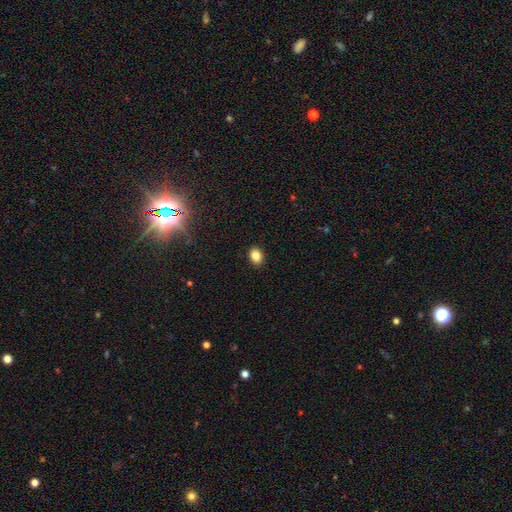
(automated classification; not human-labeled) The model was most divided on "how rounded": in between: 68%, round: 31%, cigar-shaped: 1%. More confident: merging — none (90%); smooth or featured — smooth (86%).